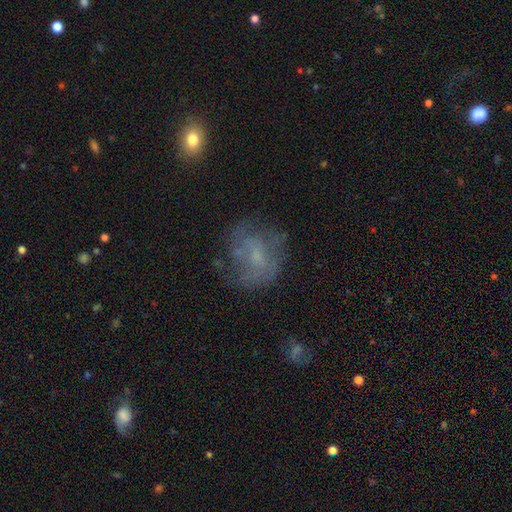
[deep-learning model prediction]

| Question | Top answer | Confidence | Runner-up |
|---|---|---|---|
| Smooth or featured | featured or disk | 48% | smooth (37%) |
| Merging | none | 58% | minor disturbance (21%) |